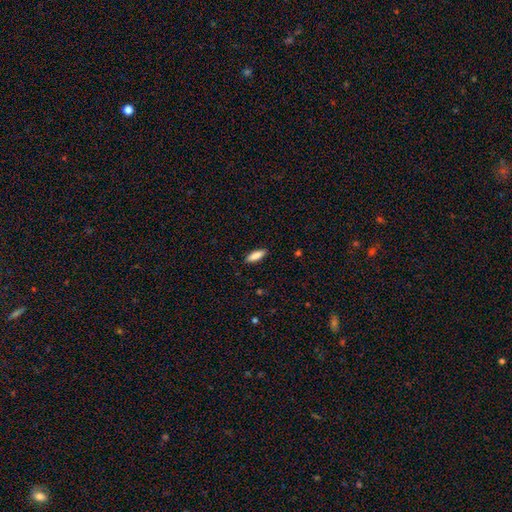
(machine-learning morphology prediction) A smooth galaxy with no disk features (87%) that is in between round and cigar-shaped (57%). Merging: none (89%).